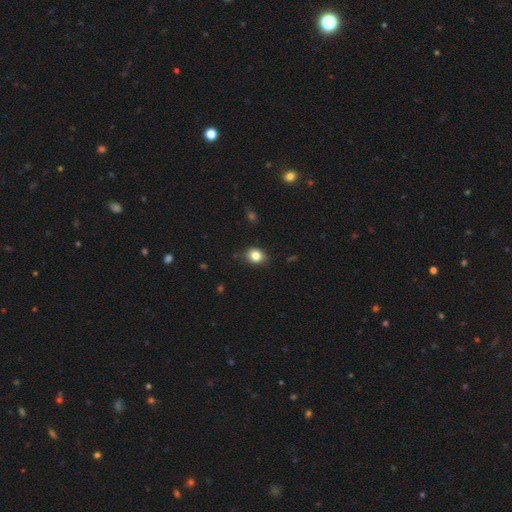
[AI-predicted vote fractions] This appears to be a smooth galaxy with no disk features (83%) that is in between round and cigar-shaped (54%). Merging: none (81%).